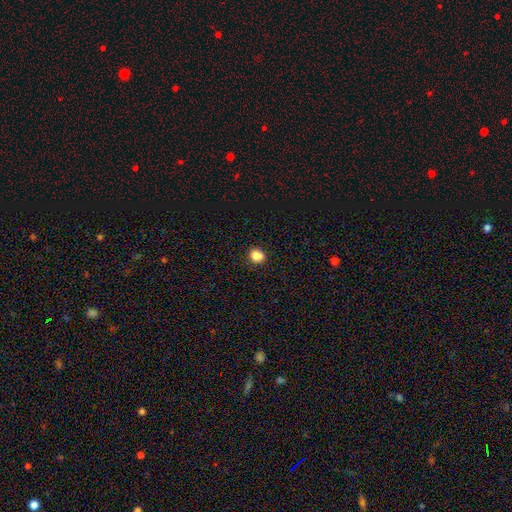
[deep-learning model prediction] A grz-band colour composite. It shows a smooth galaxy with no disk features (85%) that is round (58%). Merging: none (81%).